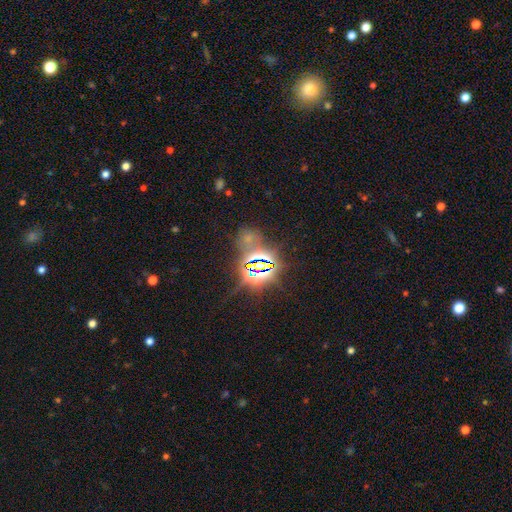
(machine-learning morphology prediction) Q: Smooth or featured?
A: star or artifact (75%); runner-up: smooth (15%)